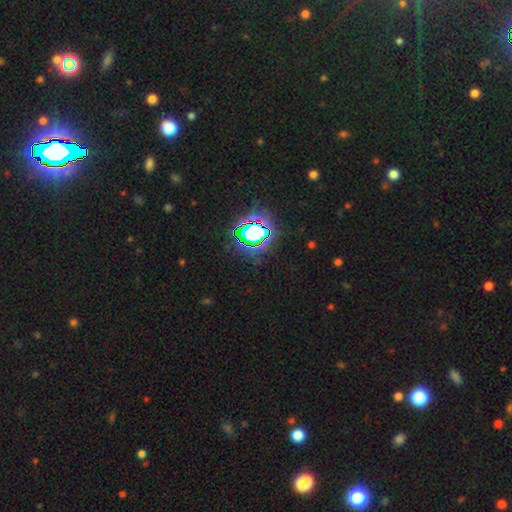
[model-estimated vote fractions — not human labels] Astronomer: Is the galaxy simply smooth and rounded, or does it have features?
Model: star or artifact — 82%.